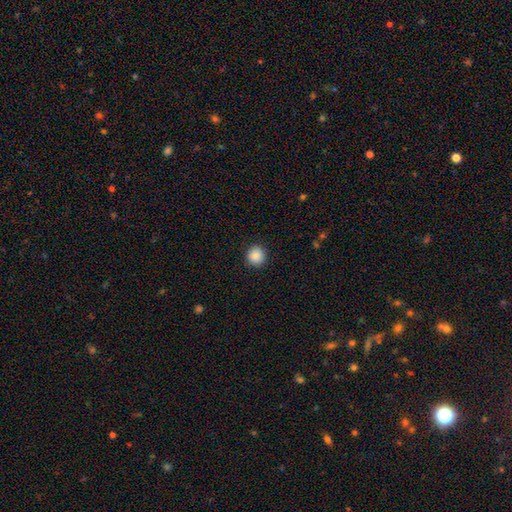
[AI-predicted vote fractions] Smooth or featured? Predicted: smooth (p=0.89). How rounded? Predicted: round (p=0.94). Merging? Predicted: none (p=0.92).